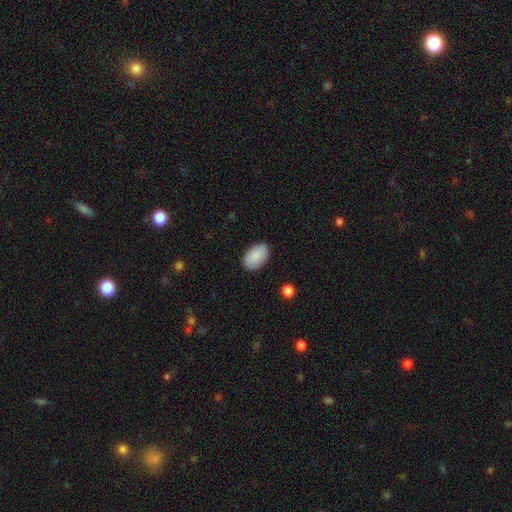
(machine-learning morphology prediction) A smooth galaxy with no disk features (89%) that is in between round and cigar-shaped (93%). Merging: none (85%).